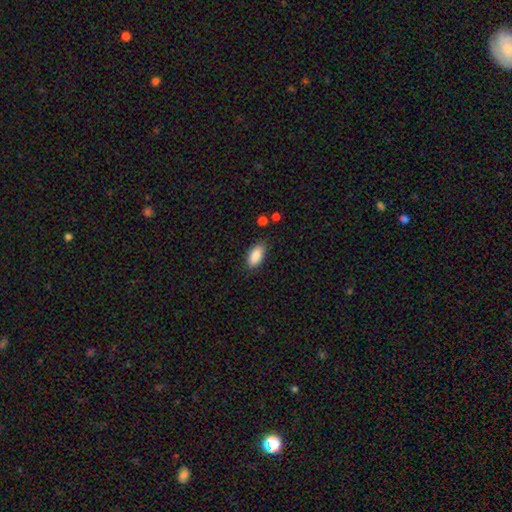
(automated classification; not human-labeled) Smooth or featured? Predicted: smooth (p=0.88). How rounded? Predicted: in between (p=0.91). Merging? Predicted: none (p=0.82).